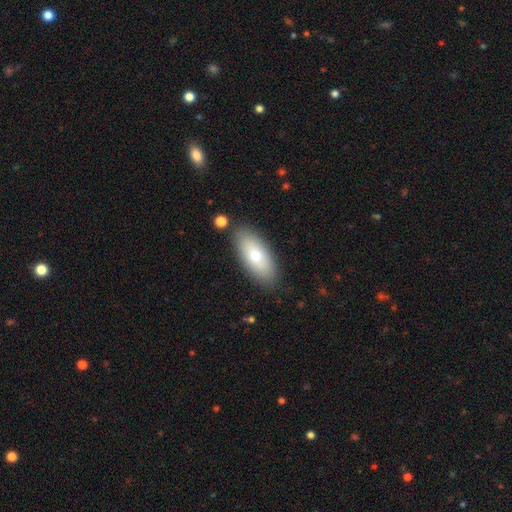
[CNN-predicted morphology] Smooth or featured: smooth — 73% (featured or disk — 20%)
How rounded: in between — 85% (cigar-shaped — 13%)
Merging: none — 85% (minor disturbance — 10%)